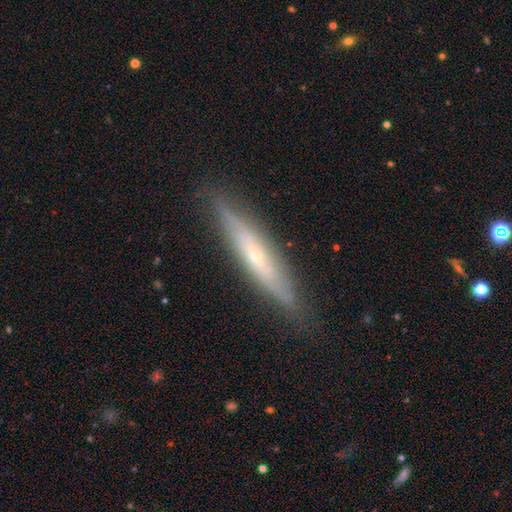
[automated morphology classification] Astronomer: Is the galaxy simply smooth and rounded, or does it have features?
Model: featured or disk — 65%.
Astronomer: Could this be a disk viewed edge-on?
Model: yes — 79%.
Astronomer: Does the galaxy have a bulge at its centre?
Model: rounded — 64%.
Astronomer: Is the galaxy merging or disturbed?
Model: none — 84%.